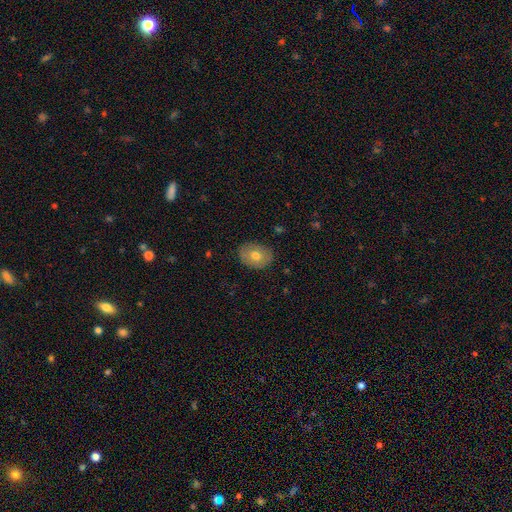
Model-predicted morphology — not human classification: Overall: smooth (71%). How rounded: in between (67%; round 32%). Merging: none (84%).